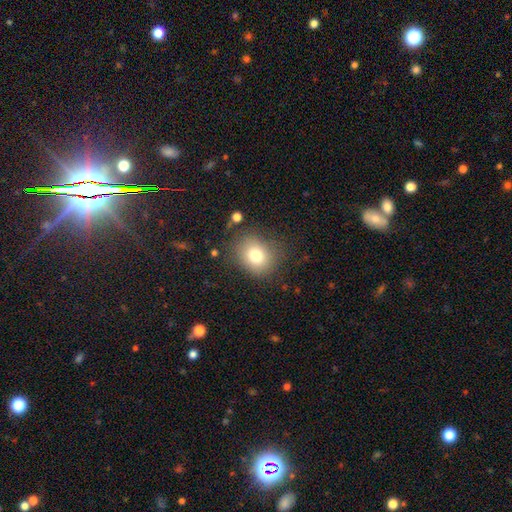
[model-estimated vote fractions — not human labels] smooth 76%, star or artifact 12%, featured or disk 11%. Down the decision tree: how rounded — round (64%); merging — none (78%).